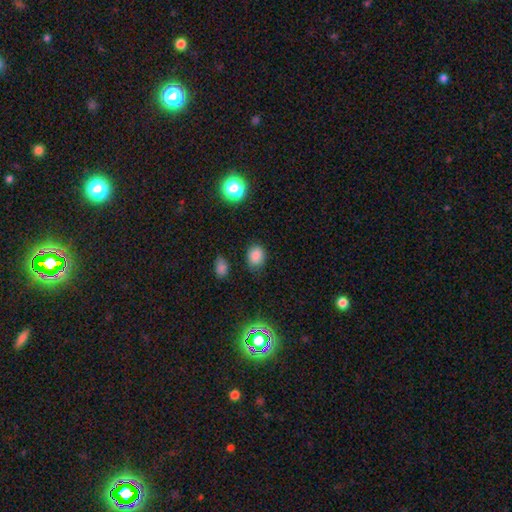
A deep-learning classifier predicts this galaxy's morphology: A smooth galaxy with no disk features (83%) that is in between round and cigar-shaped (61%).

Vote fractions:
- Smooth or featured? smooth: 83% / star or artifact: 13% / featured or disk: 4%
- How rounded? in between: 61% / round: 38% / cigar-shaped: 1%
- Merging? none: 76% / minor disturbance: 18% / major disturbance: 4% / merger: 2%